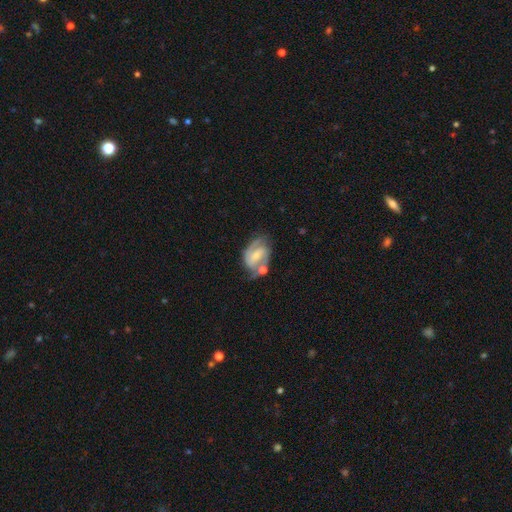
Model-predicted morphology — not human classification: Smooth or featured? Predicted: featured or disk (p=0.81). Edge-on disk? Predicted: no (p=0.97). Bar? Predicted: weak (p=0.45). Spiral arms? Predicted: yes (p=0.94). Spiral winding? Predicted: medium (p=0.52). Spiral arm count? Predicted: 2 (p=0.86). Bulge size? Predicted: small (p=0.56). Merging? Predicted: none (p=0.52).